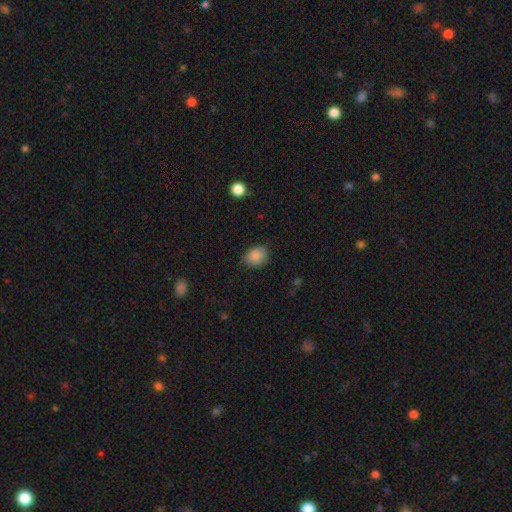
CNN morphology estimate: Overall: smooth (87%). How rounded: in between (54%; round 45%). Merging: none (75%).